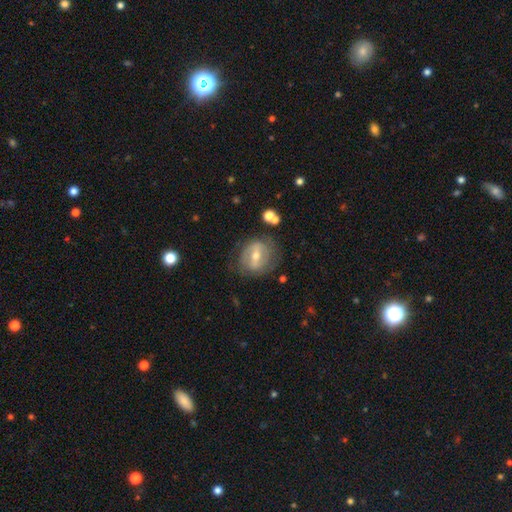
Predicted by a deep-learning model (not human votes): Smooth or featured?
  - featured or disk: 67% *
  - smooth: 26%
  - star or artifact: 7%
Edge-on disk?
  - no: 94% *
  - yes: 6%
Bar?
  - strong: 47% *
  - weak: 38%
  - no: 15%
Spiral arms?
  - yes: 57% *
  - no: 43%
Bulge size?
  - moderate: 62% *
  - small: 33%
  - large: 3%
  - none: 1%
  - dominant: 1%
Merging?
  - none: 70% *
  - minor disturbance: 18%
  - major disturbance: 9%
  - merger: 3%